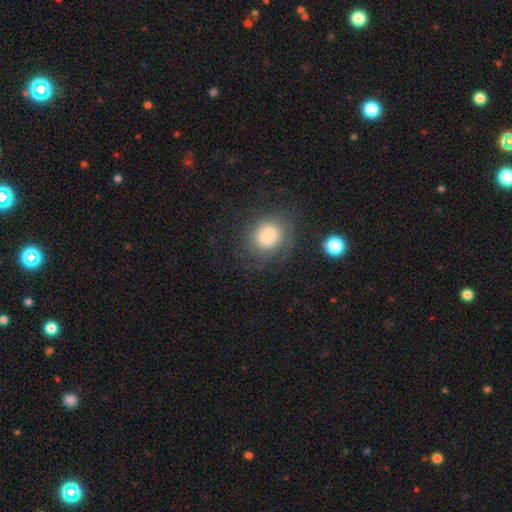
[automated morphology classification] This appears to be a smooth galaxy with no disk features (69%) that is round (72%). Merging: none (84%).